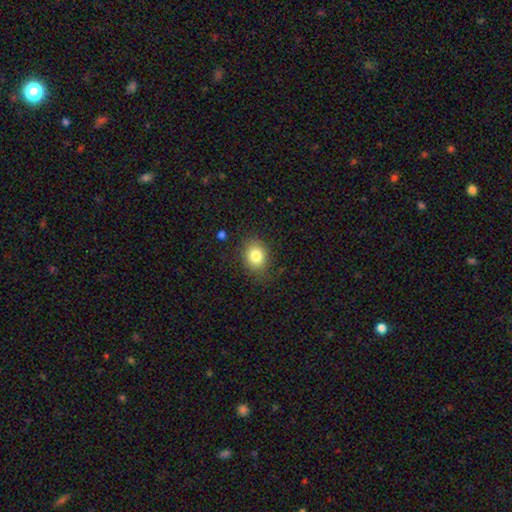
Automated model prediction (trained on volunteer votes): A smooth galaxy with no disk features (82%) that is round (57%).

Vote fractions:
- Smooth or featured? smooth: 82% / star or artifact: 11% / featured or disk: 8%
- How rounded? round: 57% / in between: 42% / cigar-shaped: 1%
- Merging? none: 81% / minor disturbance: 14% / major disturbance: 4% / merger: 1%